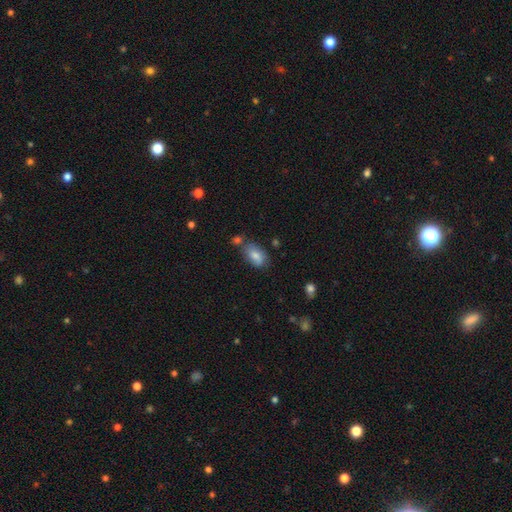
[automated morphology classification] This appears to be a smooth galaxy with no disk features (80%) that is in between round and cigar-shaped (92%). Merging: none (64%).